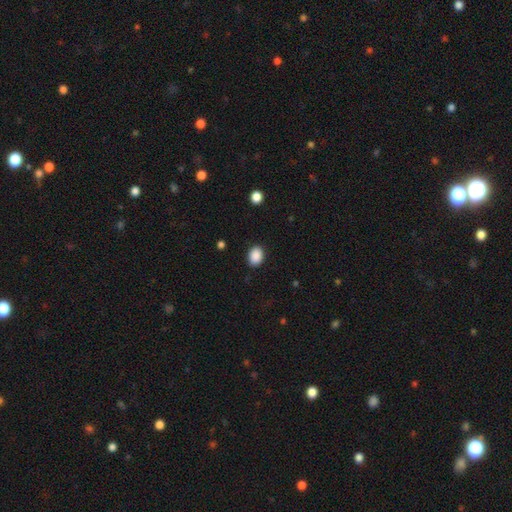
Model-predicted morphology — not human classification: This is clearly a smooth galaxy (89%). How rounded: likely in between (69%). Merging: clearly none (88%).